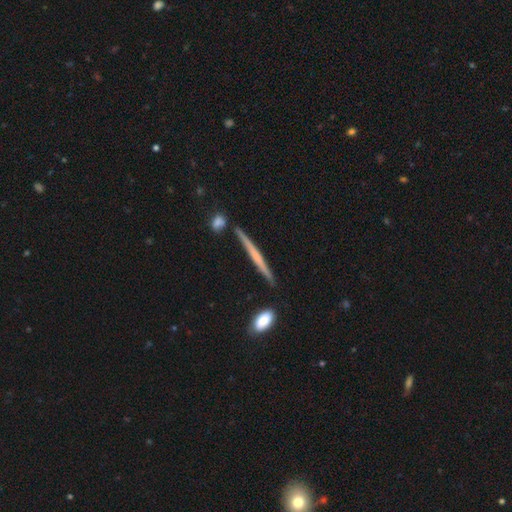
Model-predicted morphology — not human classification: Smooth or featured: featured or disk — 55% (smooth — 39%)
Edge-on disk: yes — 97% (no — 3%)
Edge-on bulge: none — 77% (rounded — 16%)
Merging: none — 86% (minor disturbance — 9%)